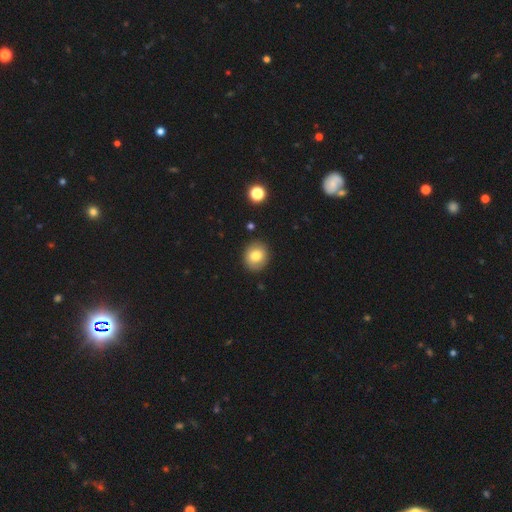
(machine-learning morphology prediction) smooth_or_featured: smooth (p=0.79) [alt: featured or disk p=0.11]
how_rounded: round (p=0.76) [alt: in between p=0.23]
merging: none (p=0.89) [alt: minor disturbance p=0.08]